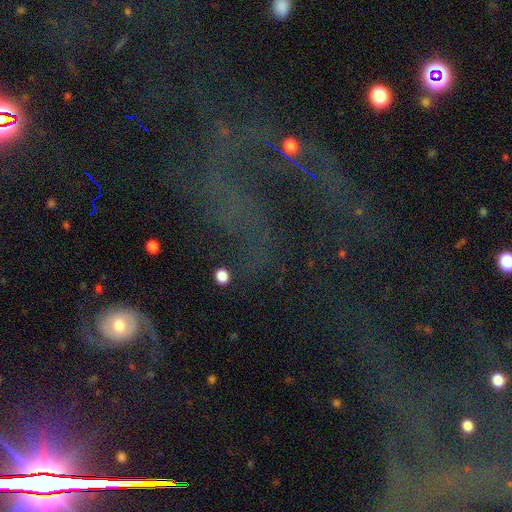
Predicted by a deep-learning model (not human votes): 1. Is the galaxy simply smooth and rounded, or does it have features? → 43% star or artifact, 38% featured or disk, 19% smooth.